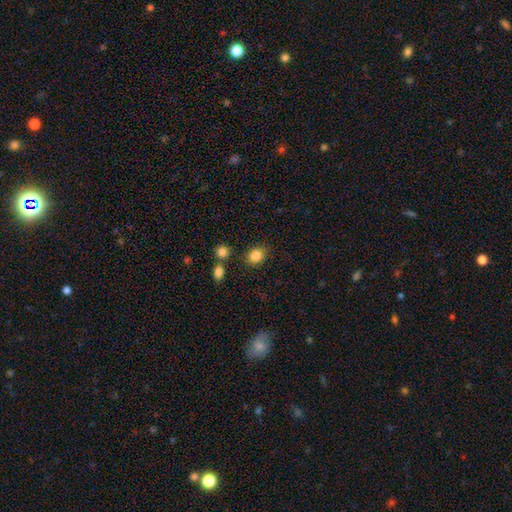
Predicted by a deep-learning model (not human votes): The model was most divided on "how rounded": round: 55%, in between: 44%, cigar-shaped: 1%. More confident: smooth or featured — smooth (85%); merging — none (81%).